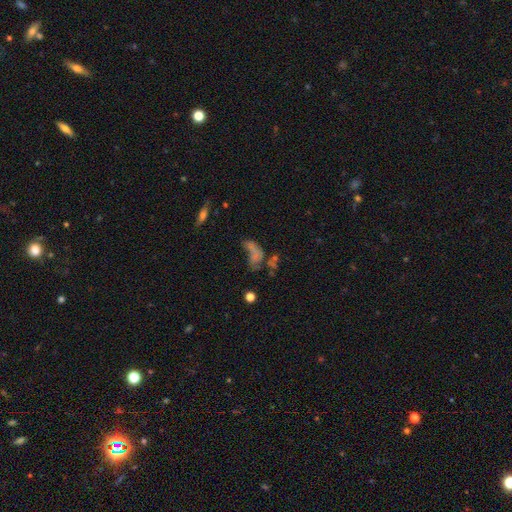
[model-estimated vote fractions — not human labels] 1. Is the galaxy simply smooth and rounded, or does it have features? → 43% smooth, 31% featured or disk, 26% star or artifact.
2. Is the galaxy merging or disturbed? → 31% none (tied), 31% major disturbance (tied), 24% merger, 15% minor disturbance.